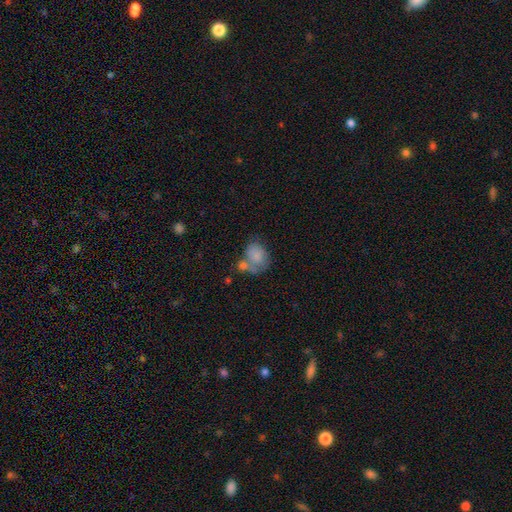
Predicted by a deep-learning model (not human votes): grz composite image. It shows a smooth galaxy with no disk features (77%) that is in between round and cigar-shaped (55%). Merging: merger (39%).